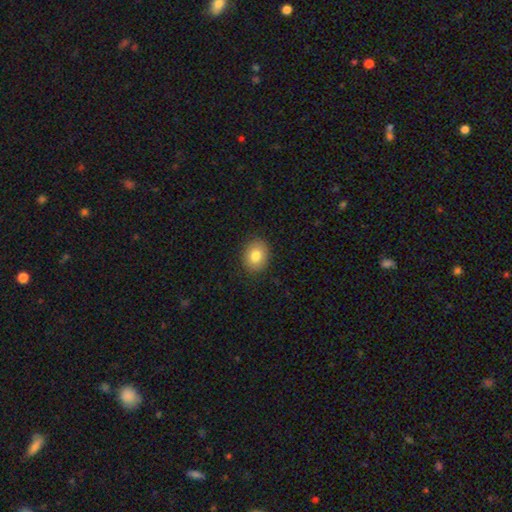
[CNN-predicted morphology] Smooth or featured? smooth (81%)
How rounded? round (50%)
Merging? none (87%)